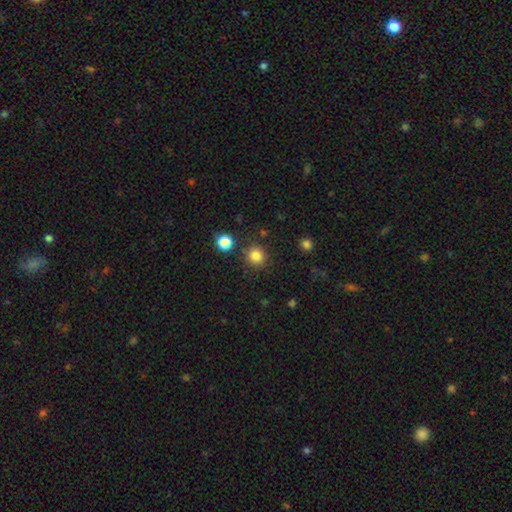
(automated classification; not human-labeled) Overall: smooth (83%). How rounded: round (92%). Merging: none (85%).